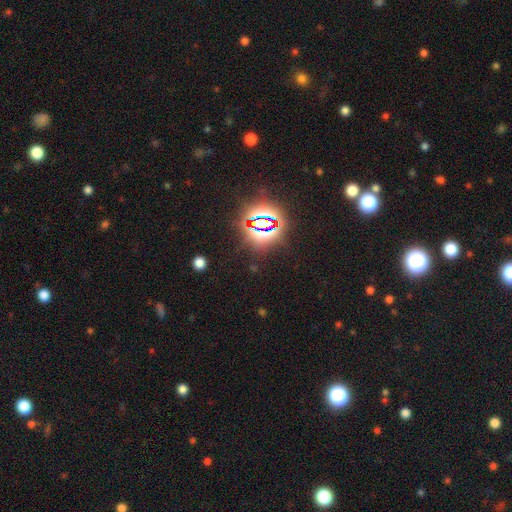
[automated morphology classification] type=star or artifact (80%).